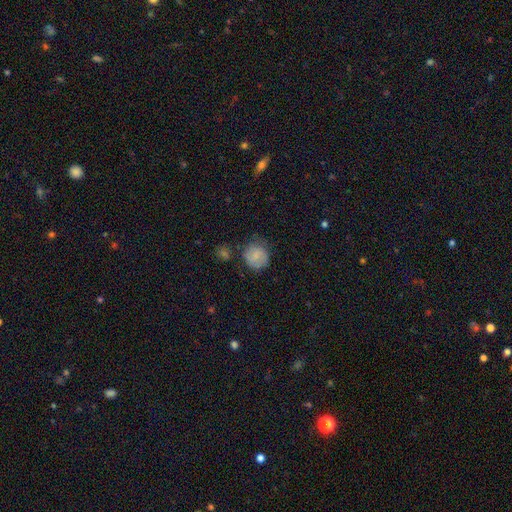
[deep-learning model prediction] Overall: smooth (75%). How rounded: round (85%). Merging: none (65%).